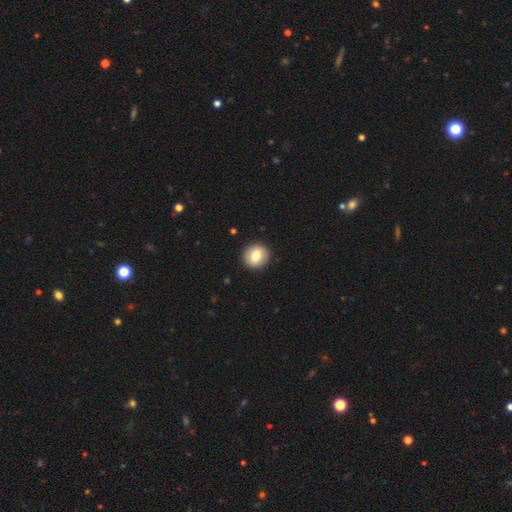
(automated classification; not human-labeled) This appears to be a smooth galaxy with no disk features (78%) that is round (91%). Merging: none (92%).